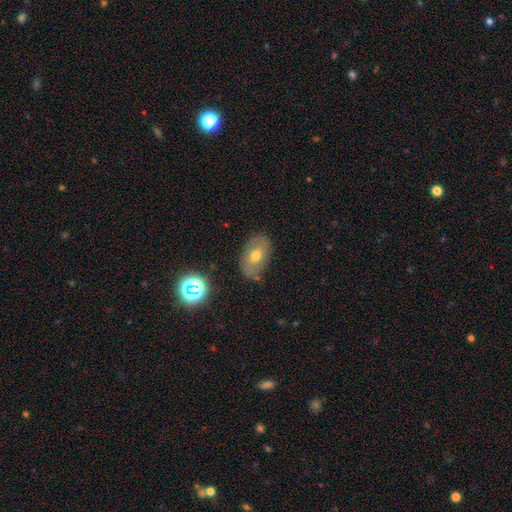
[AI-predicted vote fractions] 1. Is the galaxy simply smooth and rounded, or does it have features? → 55% smooth, 34% featured or disk, 11% star or artifact.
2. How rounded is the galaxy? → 86% in between, 12% round, 1% cigar-shaped.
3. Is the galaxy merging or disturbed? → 78% none, 15% minor disturbance, 4% major disturbance, 2% merger.